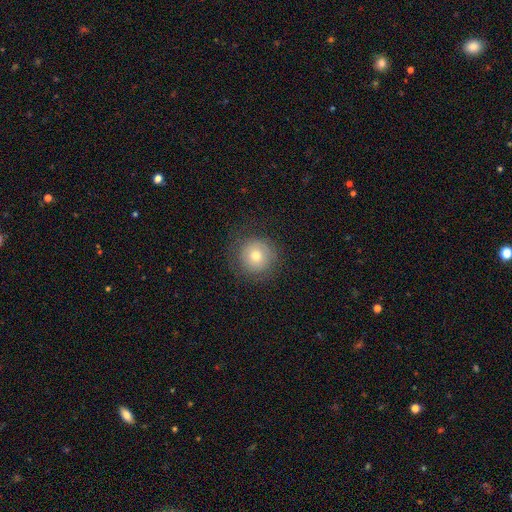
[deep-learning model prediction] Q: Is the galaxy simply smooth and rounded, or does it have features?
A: smooth — 67%.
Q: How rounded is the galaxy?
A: round — 94%.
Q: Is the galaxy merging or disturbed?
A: none — 79%.